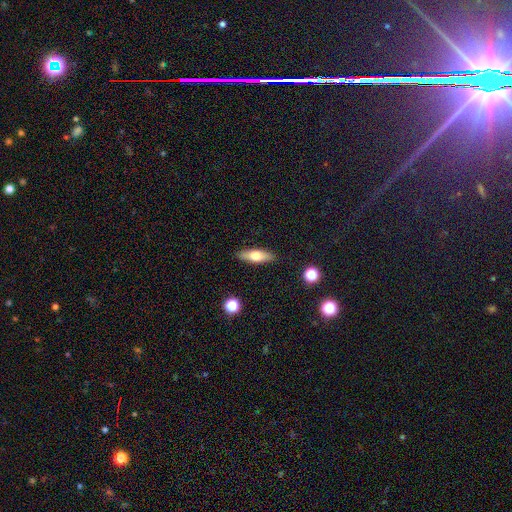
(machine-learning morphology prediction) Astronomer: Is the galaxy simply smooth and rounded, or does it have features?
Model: smooth — 64%.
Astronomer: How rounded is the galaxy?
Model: in between — 56% (runner-up: cigar-shaped, 41%).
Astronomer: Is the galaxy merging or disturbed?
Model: none — 89%.